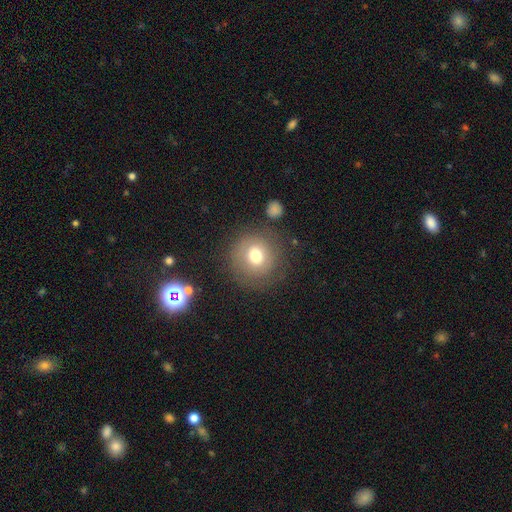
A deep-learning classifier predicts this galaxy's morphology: Smooth or featured?
  - smooth: 71% *
  - featured or disk: 18%
  - star or artifact: 11%
How rounded?
  - round: 92% *
  - in between: 7%
  - cigar-shaped: 1%
Merging?
  - none: 77% *
  - minor disturbance: 13%
  - major disturbance: 7%
  - merger: 3%